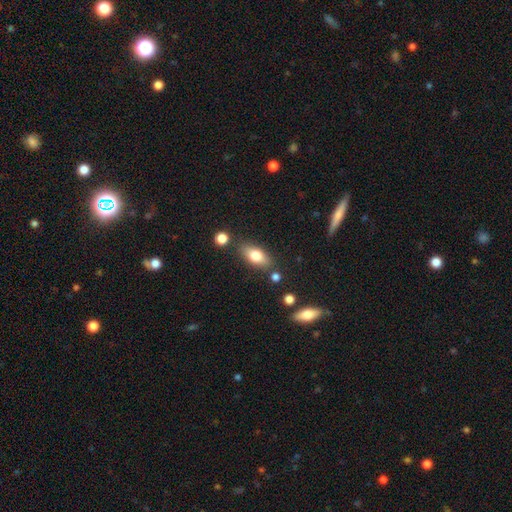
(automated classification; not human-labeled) This is likely a smooth galaxy (73%). How rounded: clearly in between (83%). Merging: likely none (79%).